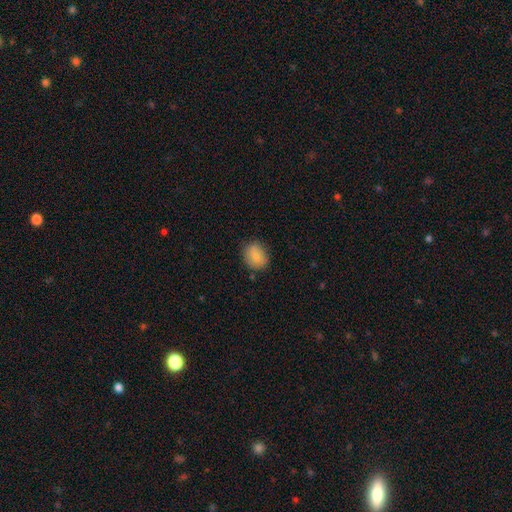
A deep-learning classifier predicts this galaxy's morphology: A smooth galaxy with no disk features (84%) that is round (58%).

Vote fractions:
- Smooth or featured? smooth: 84% / featured or disk: 8% / star or artifact: 8%
- How rounded? round: 58% / in between: 41% / cigar-shaped: 1%
- Merging? none: 80% / minor disturbance: 15% / major disturbance: 3% / merger: 2%